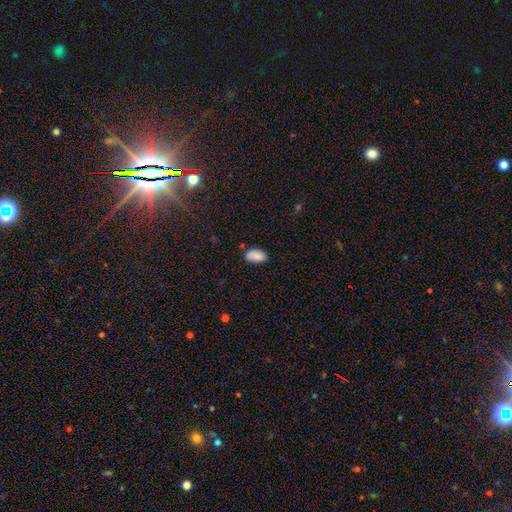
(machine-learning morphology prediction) A smooth galaxy with no disk features (87%) that is in between round and cigar-shaped (94%). Merging: none (79%).